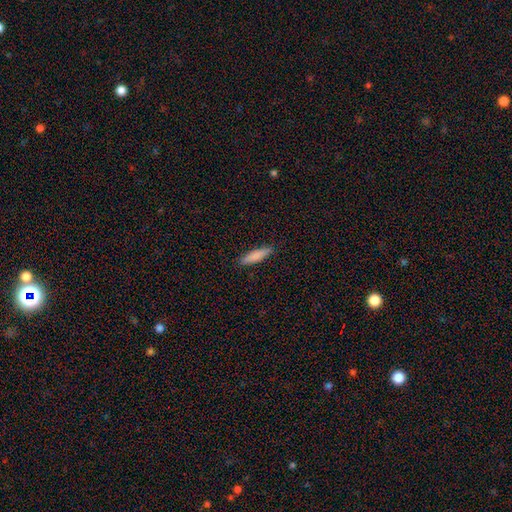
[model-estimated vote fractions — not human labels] A smooth galaxy with no disk features (84%) that is cigar-shaped (77%). Merging: none (90%).